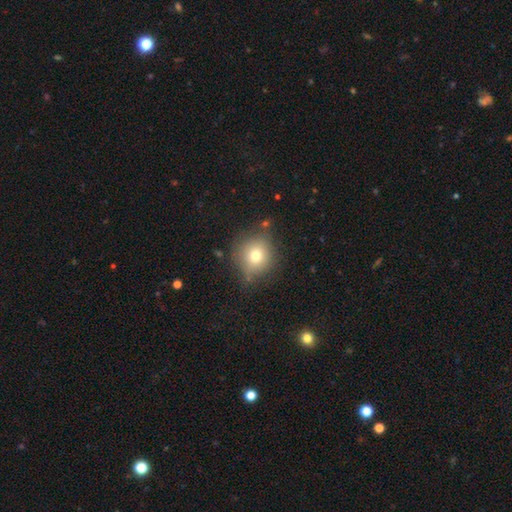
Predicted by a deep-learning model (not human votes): smooth_or_featured: smooth (p=0.73) [alt: featured or disk p=0.14]
how_rounded: round (p=0.86) [alt: in between p=0.13]
merging: none (p=0.76) [alt: minor disturbance p=0.17]